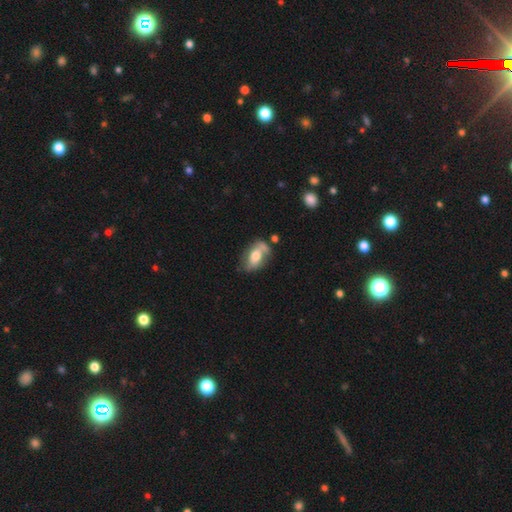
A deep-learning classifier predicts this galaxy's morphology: smooth-or-featured: smooth: 50% | featured or disk: 42% | star or artifact: 7%
  how-rounded: in between: 86% | round: 10% | cigar-shaped: 5%
  merging: none: 45% | minor disturbance: 27% | major disturbance: 14% | merger: 14%